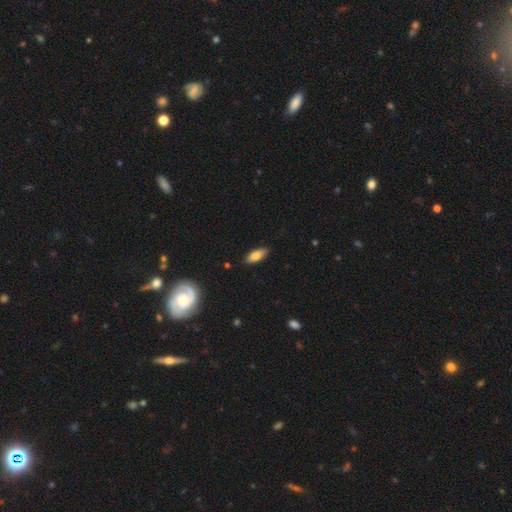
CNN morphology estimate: Q: Smooth or featured?
A: smooth (75%); runner-up: featured or disk (18%)
Q: How rounded?
A: in between (81%); runner-up: cigar-shaped (16%)
Q: Merging?
A: none (86%); runner-up: minor disturbance (11%)